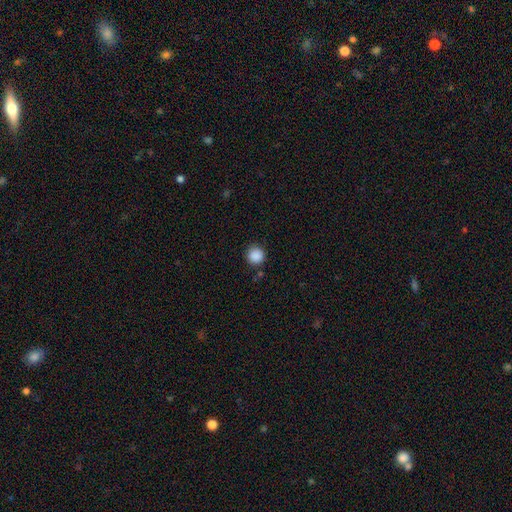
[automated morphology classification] The model was most divided on "merging": none: 85%, minor disturbance: 9%, major disturbance: 3%, merger: 2%. More confident: how rounded — round (93%); smooth or featured — smooth (88%).